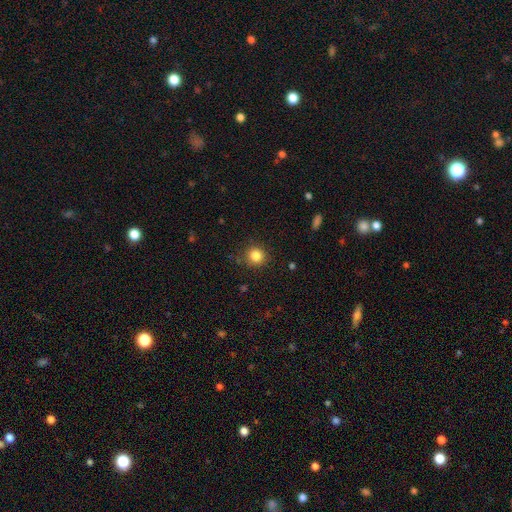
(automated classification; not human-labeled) smooth_or_featured: smooth (p=0.84) [alt: star or artifact p=0.11]
how_rounded: round (p=0.91) [alt: in between p=0.08]
merging: none (p=0.87) [alt: minor disturbance p=0.08]